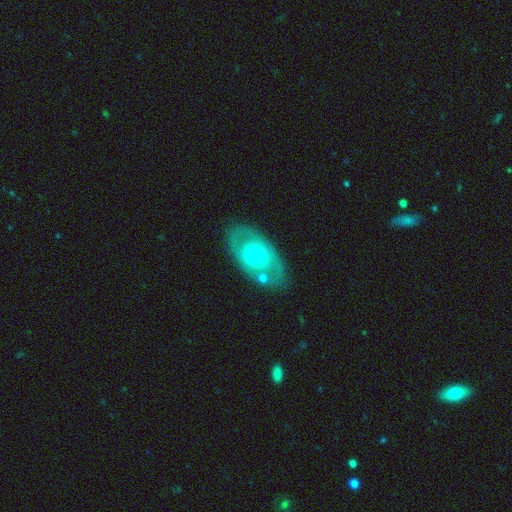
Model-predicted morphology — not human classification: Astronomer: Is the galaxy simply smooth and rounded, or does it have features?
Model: featured or disk — 65%.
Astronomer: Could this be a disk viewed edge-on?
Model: no — 92%.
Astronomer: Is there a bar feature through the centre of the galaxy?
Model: no — 78%.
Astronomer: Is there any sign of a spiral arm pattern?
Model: no — 61% (runner-up: yes, 39%).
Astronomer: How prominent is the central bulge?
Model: moderate — 51% (runner-up: small, 43%).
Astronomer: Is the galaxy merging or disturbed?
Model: none — 72%.